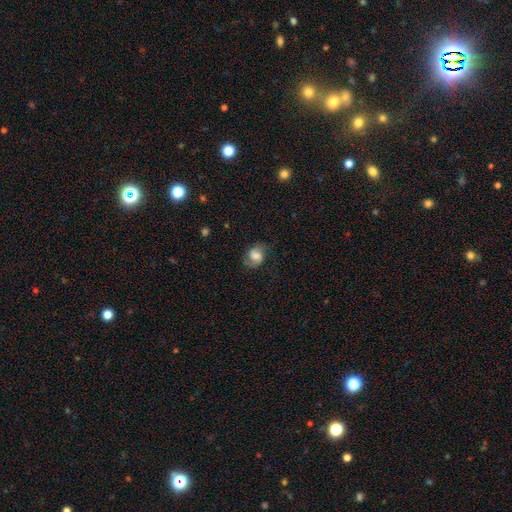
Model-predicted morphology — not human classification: A featured or disk galaxy (51%). Merging: none (67%).